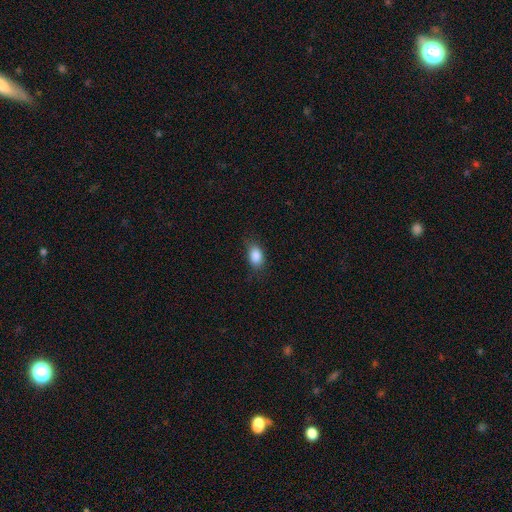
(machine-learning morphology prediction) Overall: smooth (87%). How rounded: in between (83%). Merging: none (75%).